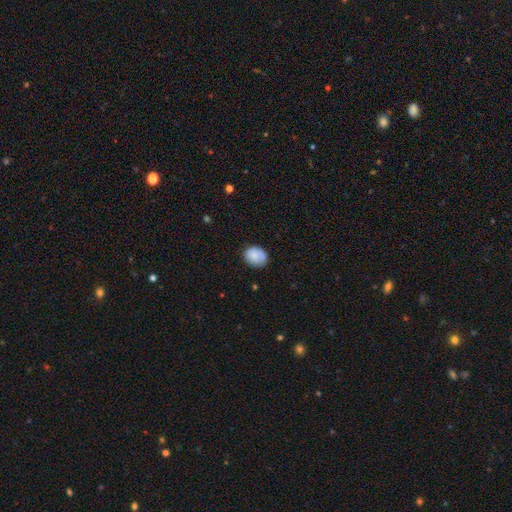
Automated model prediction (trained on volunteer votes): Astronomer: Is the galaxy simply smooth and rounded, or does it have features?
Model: smooth — 82%.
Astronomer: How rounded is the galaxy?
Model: round — 57% (runner-up: in between, 42%).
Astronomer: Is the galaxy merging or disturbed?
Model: none — 74%.